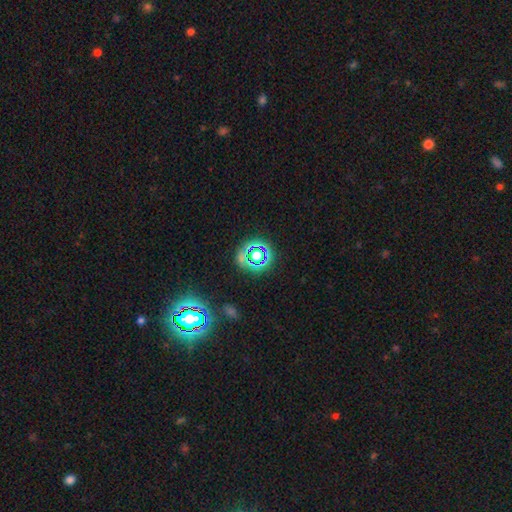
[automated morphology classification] Q: Smooth or featured?
A: star or artifact (56%); runner-up: smooth (32%)